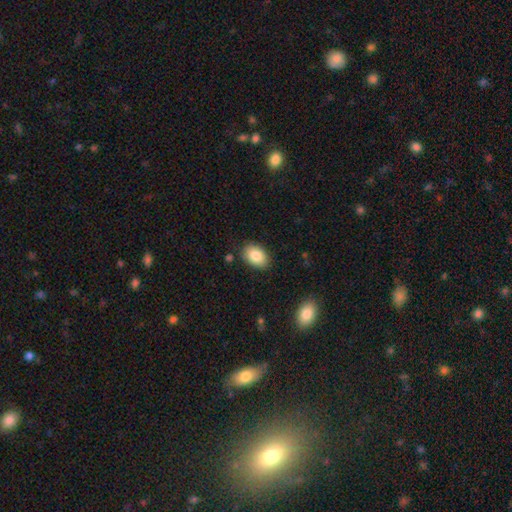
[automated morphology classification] A smooth galaxy with no disk features (86%) that is in between round and cigar-shaped (87%). Merging: none (84%).